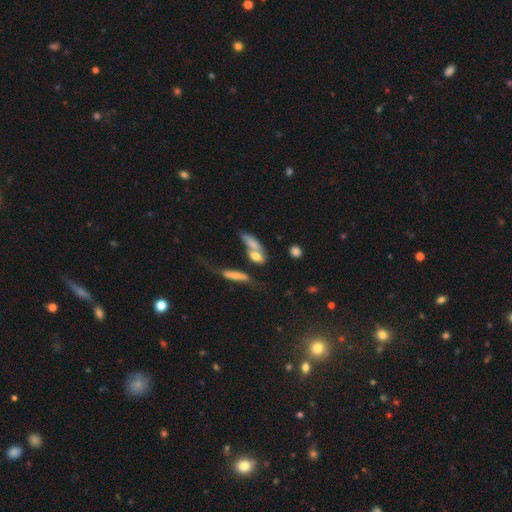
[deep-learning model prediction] Morphology: type=smooth (67%); roundness=in between (60%); merging=merger (46%).